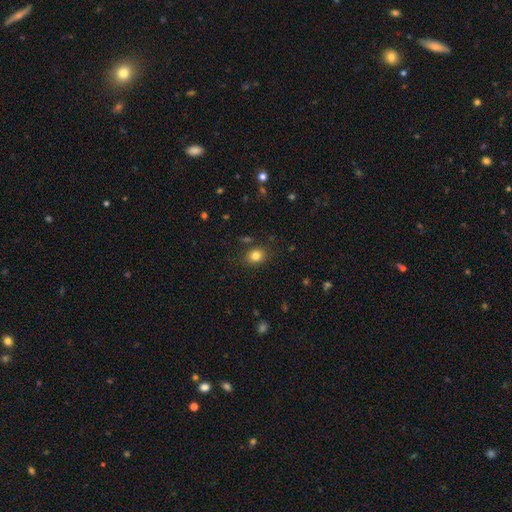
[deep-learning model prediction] This appears to be a smooth galaxy with no disk features (82%) that is round (52%). Merging: none (82%).